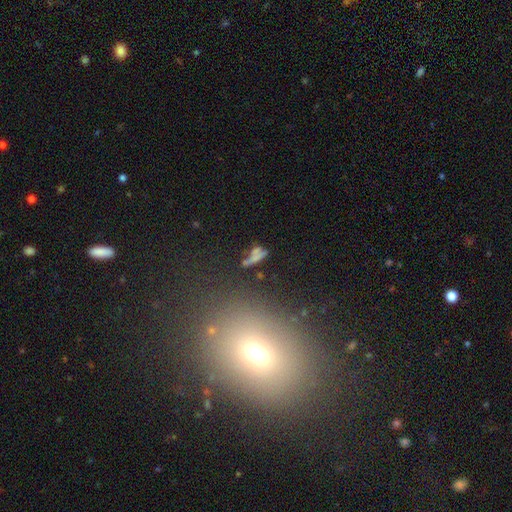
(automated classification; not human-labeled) Morphology: type=smooth (53%); roundness=in between (47%); merging=none (36%).